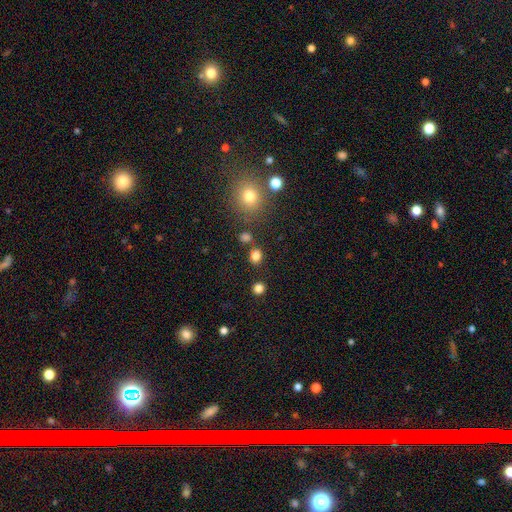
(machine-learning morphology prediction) This is clearly a smooth galaxy (81%). How rounded: likely round (61%). Merging: likely none (77%).